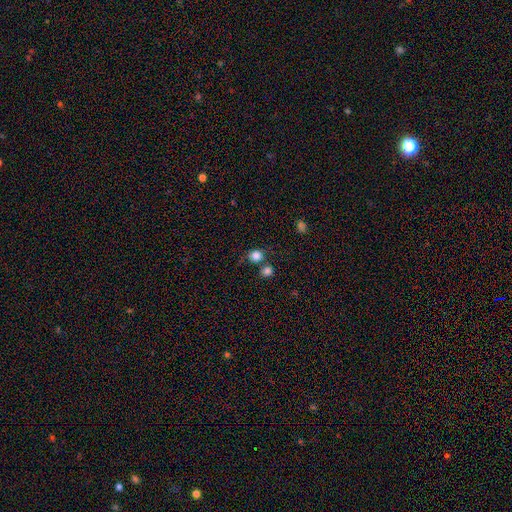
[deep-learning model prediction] smooth_or_featured: smooth (p=0.82) [alt: star or artifact p=0.12]
how_rounded: round (p=0.84) [alt: in between p=0.15]
merging: none (p=0.65) [alt: merger p=0.20]